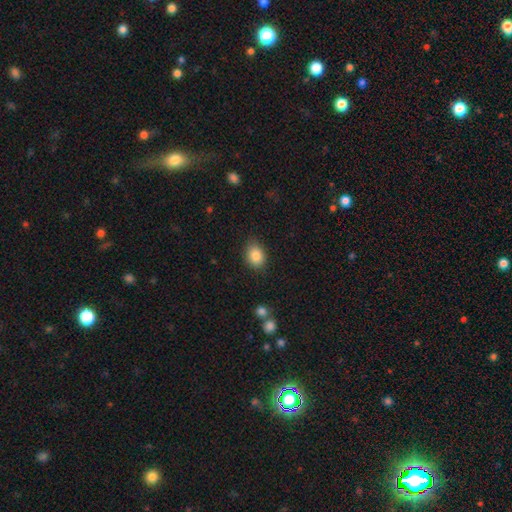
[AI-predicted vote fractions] Smooth or featured? smooth (86%)
How rounded? in between (62%)
Merging? none (79%)